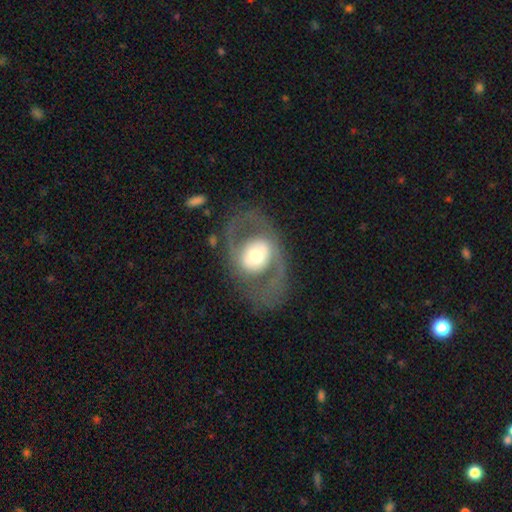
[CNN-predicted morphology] This appears to be a featured or disk galaxy (70%) with no bar (60%), spiral arms (50%, tied with no) and a moderate central bulge (54%). Merging: none (70%).